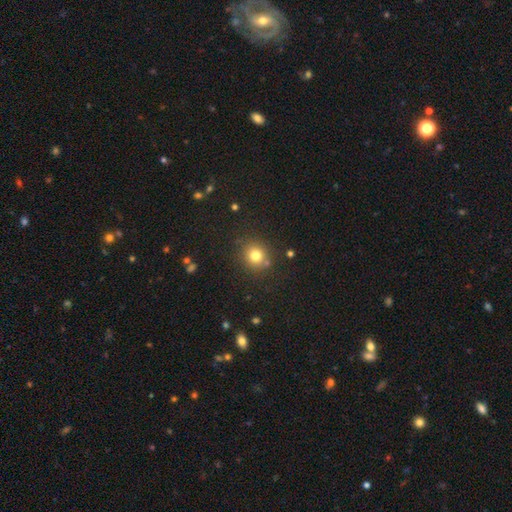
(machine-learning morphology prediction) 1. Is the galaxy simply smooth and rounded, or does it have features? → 78% smooth, 14% star or artifact, 8% featured or disk.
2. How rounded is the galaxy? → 87% round, 12% in between, 1% cigar-shaped.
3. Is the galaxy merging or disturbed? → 82% none, 9% minor disturbance, 6% merger, 3% major disturbance.